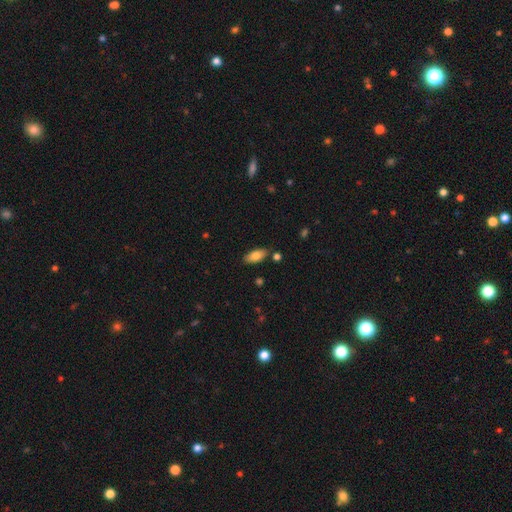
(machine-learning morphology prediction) A smooth galaxy with no disk features (82%) that is in between round and cigar-shaped (88%). Merging: none (83%).